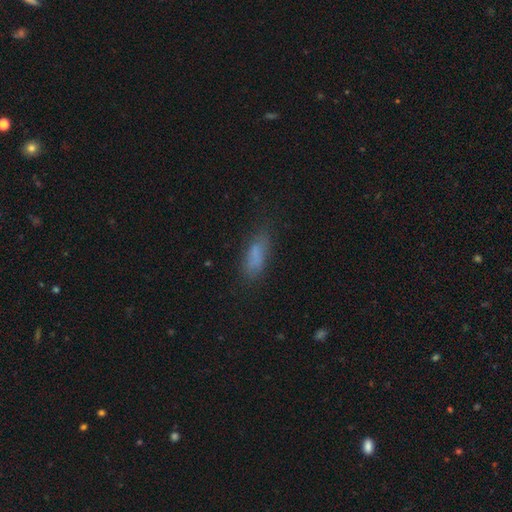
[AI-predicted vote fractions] smooth 74%, featured or disk 15%, star or artifact 12%. Down the decision tree: how rounded — in between (61%); merging — none (65%).